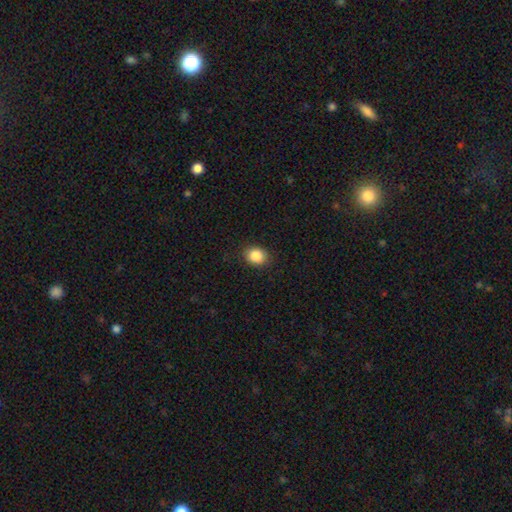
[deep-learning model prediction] A smooth galaxy with no disk features (87%) that is round (58%).

Vote fractions:
- Smooth or featured? smooth: 87% / star or artifact: 9% / featured or disk: 4%
- How rounded? round: 58% / in between: 41% / cigar-shaped: 1%
- Merging? none: 88% / minor disturbance: 9% / major disturbance: 2% / merger: 1%